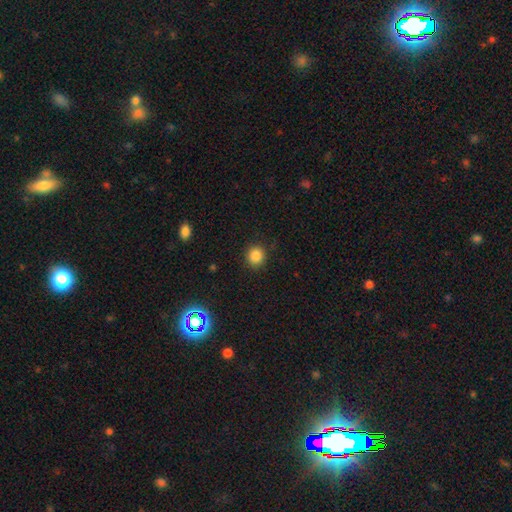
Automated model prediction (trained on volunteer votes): smooth 85%, star or artifact 12%, featured or disk 4%. Down the decision tree: how rounded — round (90%); merging — none (89%).